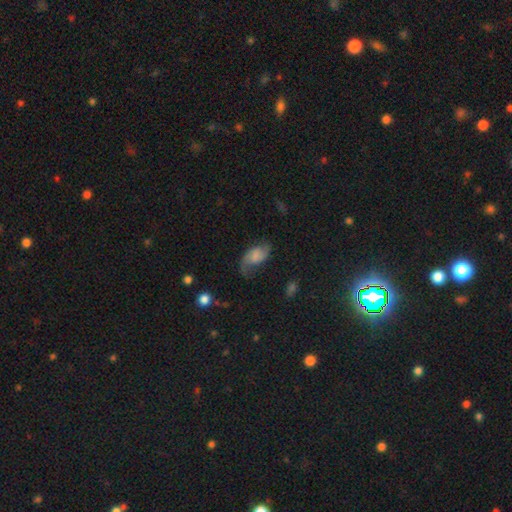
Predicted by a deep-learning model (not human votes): Morphology: type=featured or disk (56%); edge-on=no (96%); bar=no (51%); spiral arms=yes (91%); bulge=none (48%); merging=none (58%).